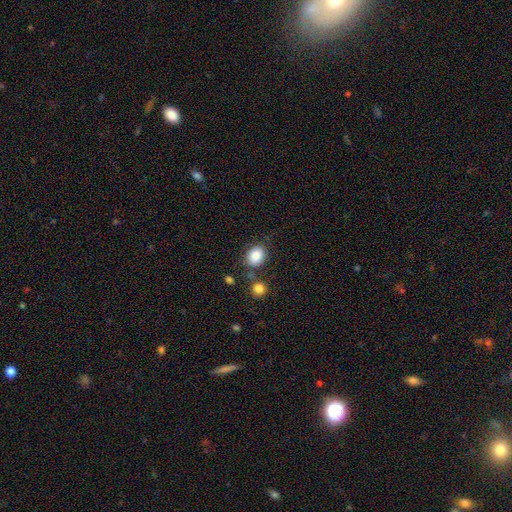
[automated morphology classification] The model was most divided on "how rounded": in between: 57%, round: 42%, cigar-shaped: 1%. More confident: smooth or featured — smooth (87%); merging — none (73%).